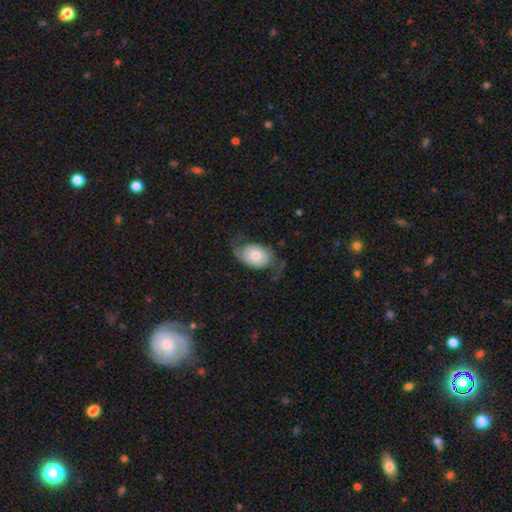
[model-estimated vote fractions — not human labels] A featured or disk galaxy (59%) with no bar (76%), spiral arms (86%) and a moderate central bulge (41%).

Vote fractions:
- Smooth or featured? featured or disk: 59% / smooth: 34% / star or artifact: 7%
- Edge-on disk? no: 95% / yes: 5%
- Bar? no: 76% / weak: 19% / strong: 5%
- Spiral arms? yes: 86% / no: 14%
- Bulge size? moderate: 41% / small: 39% / large: 11% / dominant: 6% / none: 3%
- Merging? none: 56% / minor disturbance: 22% / major disturbance: 21% / merger: 2%